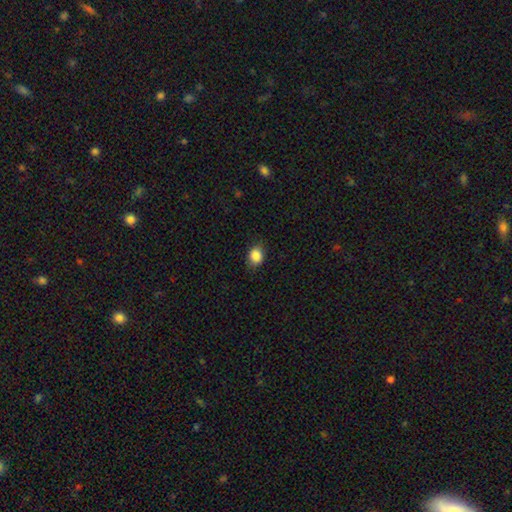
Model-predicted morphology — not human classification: Smooth or featured? smooth (87%)
How rounded? round (59%)
Merging? none (83%)